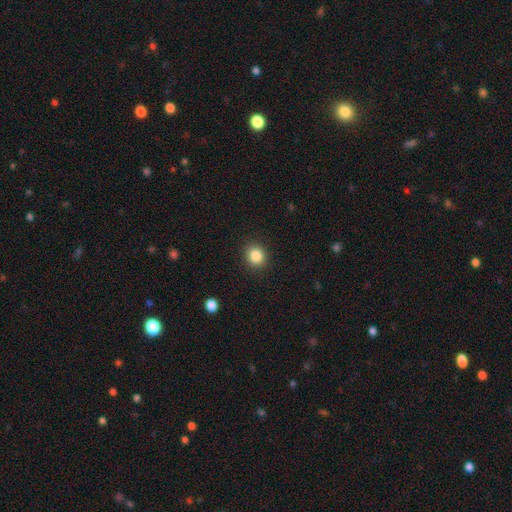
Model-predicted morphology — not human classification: Smooth or featured?
  - smooth: 85% *
  - star or artifact: 10%
  - featured or disk: 5%
How rounded?
  - round: 83% *
  - in between: 16%
  - cigar-shaped: 1%
Merging?
  - none: 91% *
  - minor disturbance: 6%
  - major disturbance: 2%
  - merger: 1%